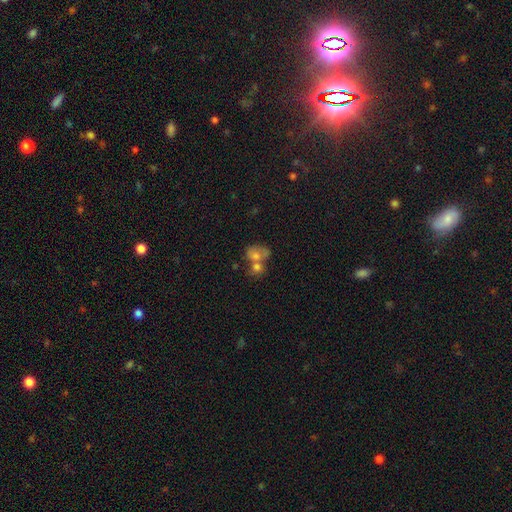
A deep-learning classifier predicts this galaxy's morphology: This is likely a smooth galaxy (65%). How rounded: possibly in between (51%). Merging: likely merger (63%).